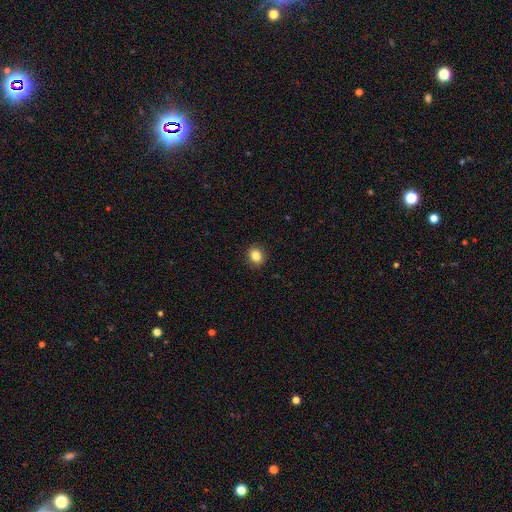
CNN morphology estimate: This is clearly a smooth galaxy (84%). How rounded: likely round (62%). Merging: clearly none (91%).